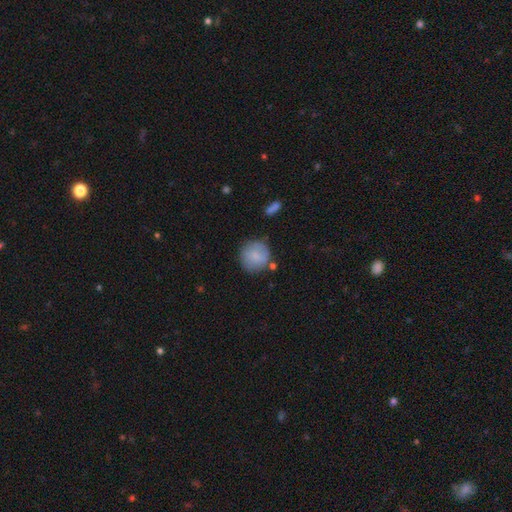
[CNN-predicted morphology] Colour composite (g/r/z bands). It shows a smooth galaxy with no disk features (80%) that is round (92%). Merging: none (75%).